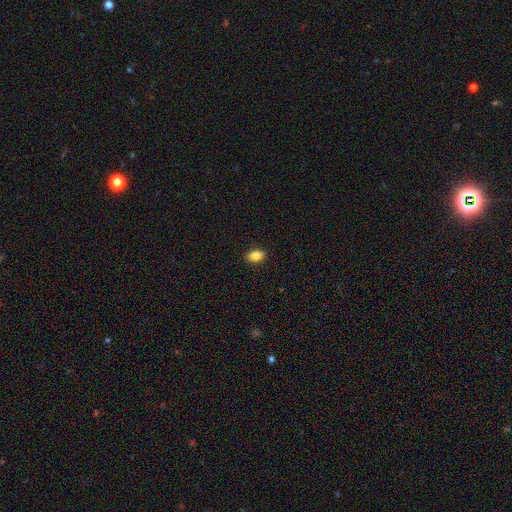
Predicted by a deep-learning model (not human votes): This is clearly a smooth galaxy (85%). How rounded: clearly in between (87%). Merging: clearly none (90%).